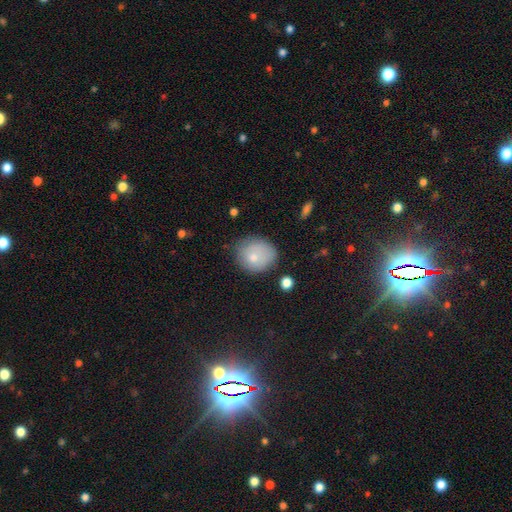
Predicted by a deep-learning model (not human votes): Smooth or featured? smooth (76%)
How rounded? round (62%)
Merging? none (66%)